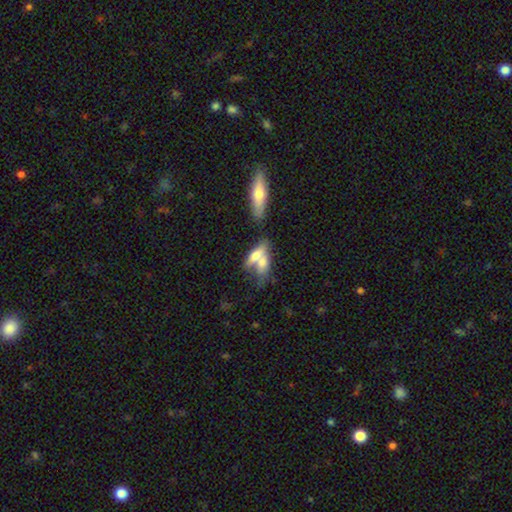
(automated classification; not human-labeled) Smooth or featured: smooth — 59% (featured or disk — 33%)
How rounded: in between — 58% (cigar-shaped — 37%)
Merging: merger — 54% (none — 30%)